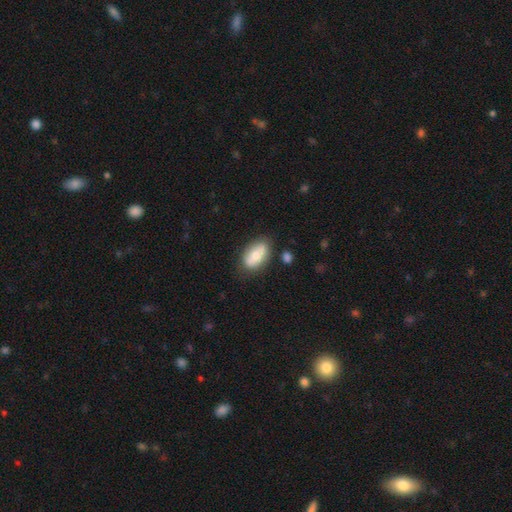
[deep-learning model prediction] smooth_or_featured: smooth (p=0.64) [alt: featured or disk p=0.29]
how_rounded: in between (p=0.91) [alt: round p=0.07]
merging: none (p=0.75) [alt: minor disturbance p=0.16]